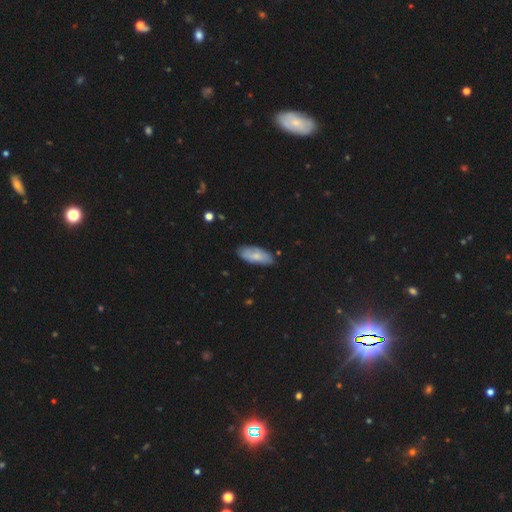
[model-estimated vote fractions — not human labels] This appears to be a smooth galaxy with no disk features (69%) that is in between round and cigar-shaped (85%). Merging: none (78%).